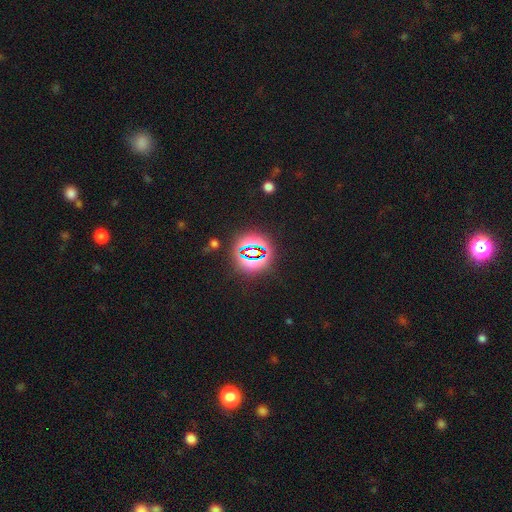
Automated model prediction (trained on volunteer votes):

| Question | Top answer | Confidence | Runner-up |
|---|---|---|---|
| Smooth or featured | star or artifact | 77% | smooth (14%) |